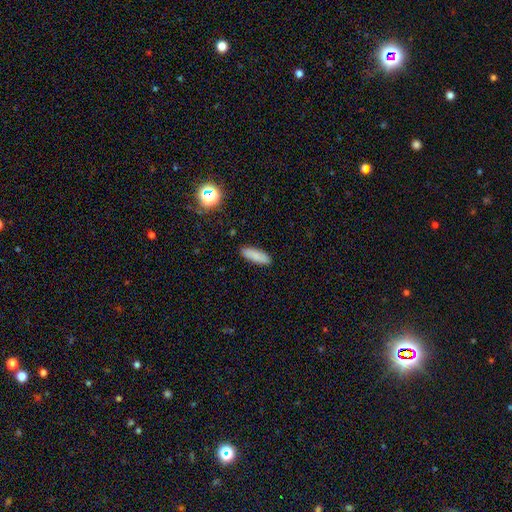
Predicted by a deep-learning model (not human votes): Q: Smooth or featured?
A: smooth (85%); runner-up: featured or disk (8%)
Q: How rounded?
A: in between (54%); runner-up: cigar-shaped (44%)
Q: Merging?
A: none (89%); runner-up: minor disturbance (8%)